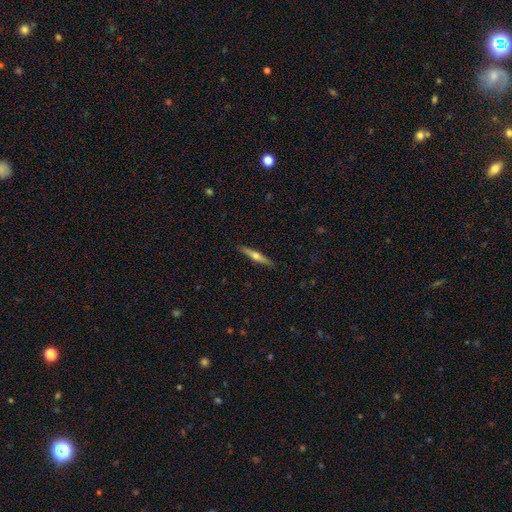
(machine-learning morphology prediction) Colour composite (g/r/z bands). It shows a featured or disk galaxy (60%) viewed edge-on (97%) with a rounded central bulge (91%). Merging: none (91%).